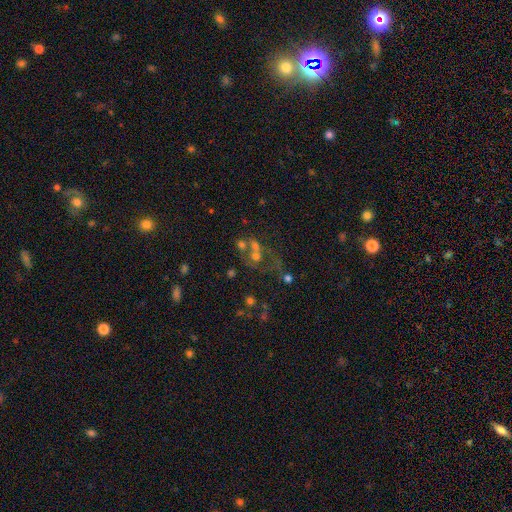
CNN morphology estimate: A smooth galaxy with no disk features (42%). Merging: merger (49%).